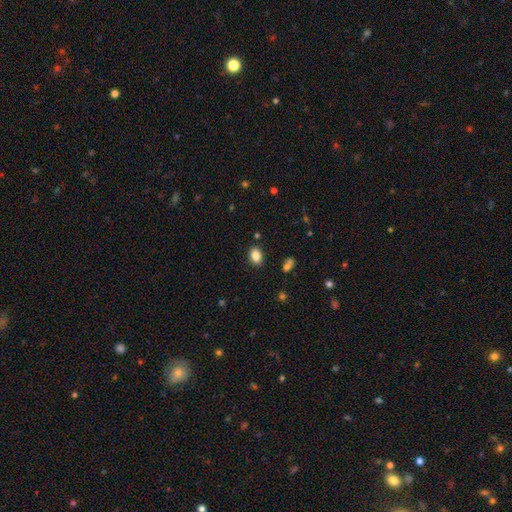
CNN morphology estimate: Smooth or featured?
  - smooth: 85% *
  - star or artifact: 10%
  - featured or disk: 6%
How rounded?
  - in between: 79% *
  - round: 19%
  - cigar-shaped: 1%
Merging?
  - none: 86% *
  - minor disturbance: 9%
  - merger: 2%
  - major disturbance: 2%